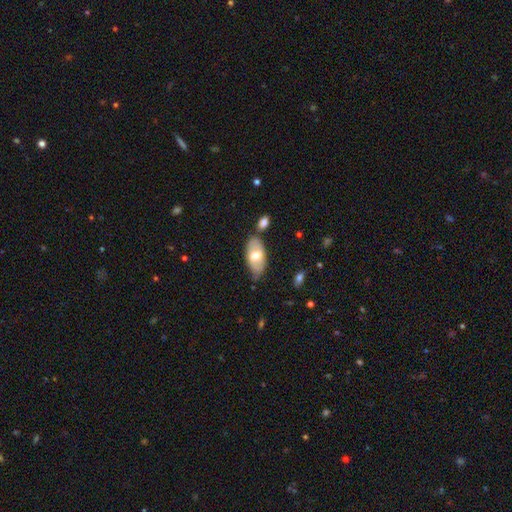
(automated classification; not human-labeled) Morphology: type=smooth (61%); roundness=in between (93%); merging=none (71%).